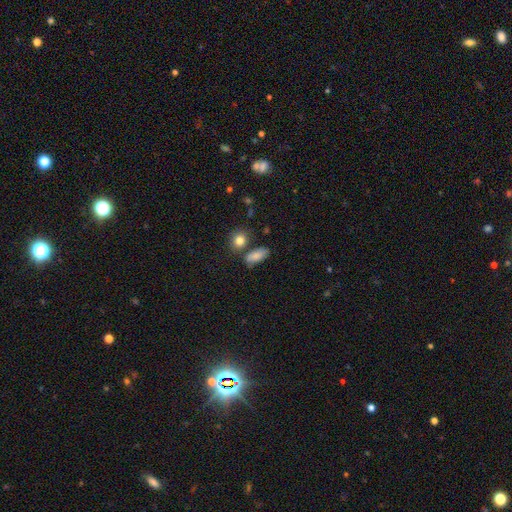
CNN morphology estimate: Smooth or featured: smooth — 82% (featured or disk — 10%)
How rounded: in between — 82% (cigar-shaped — 9%)
Merging: none — 64% (minor disturbance — 19%)